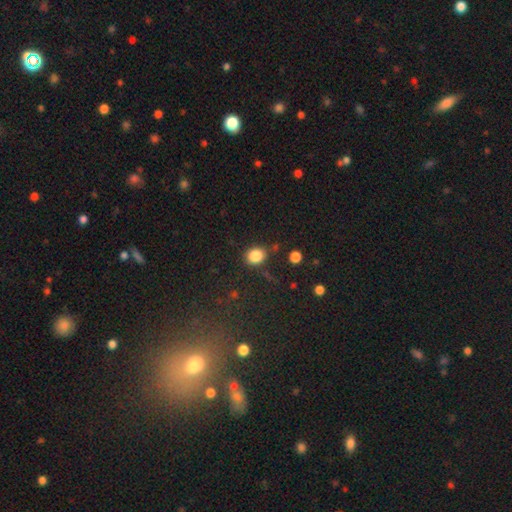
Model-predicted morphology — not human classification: Smooth or featured?
  - smooth: 85% *
  - star or artifact: 10%
  - featured or disk: 5%
How rounded?
  - round: 62% *
  - in between: 37%
  - cigar-shaped: 1%
Merging?
  - none: 75% *
  - minor disturbance: 16%
  - merger: 5%
  - major disturbance: 4%